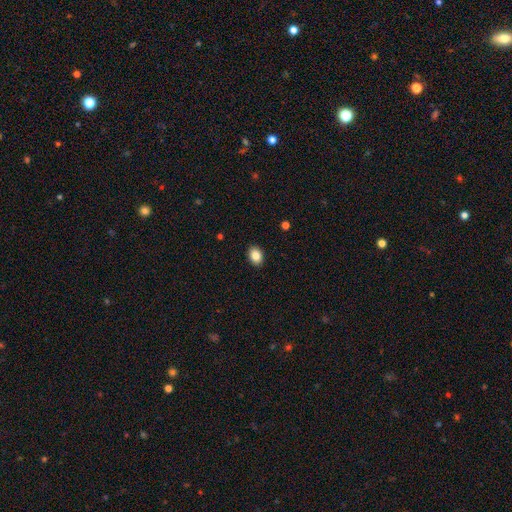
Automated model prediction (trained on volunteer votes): smooth 86%, star or artifact 8%, featured or disk 5%. Down the decision tree: how rounded — in between (75%); merging — none (91%).